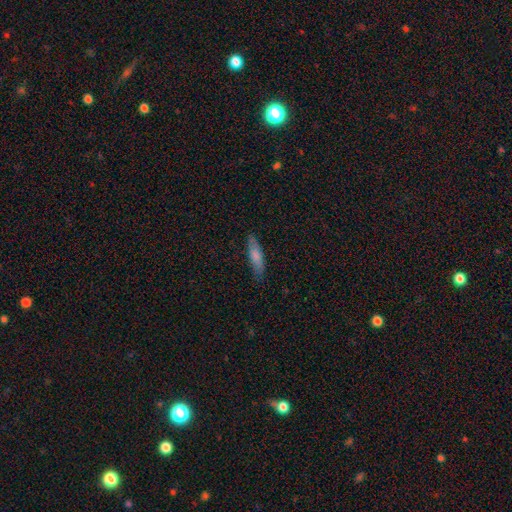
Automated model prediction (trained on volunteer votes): Morphology: type=smooth (77%); roundness=cigar-shaped (66%); merging=none (82%).